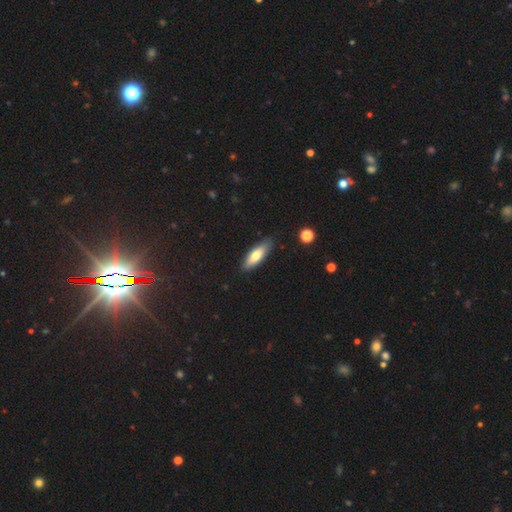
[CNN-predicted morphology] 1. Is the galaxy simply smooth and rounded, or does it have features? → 67% smooth, 27% featured or disk, 6% star or artifact.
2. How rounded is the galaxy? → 51% in between, 47% cigar-shaped, 2% round.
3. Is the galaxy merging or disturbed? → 86% none, 10% minor disturbance, 2% major disturbance, 1% merger.